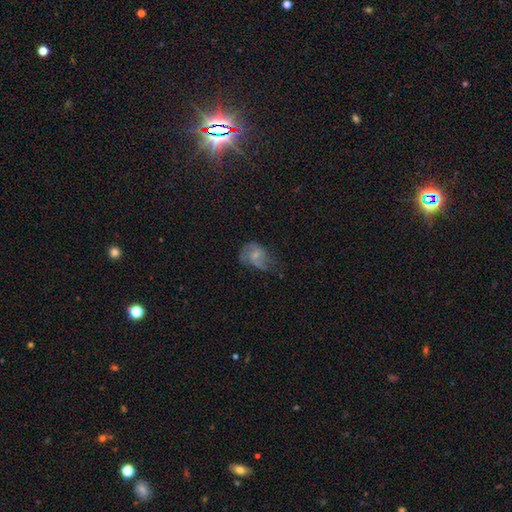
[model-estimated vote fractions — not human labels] Smooth or featured?
  - featured or disk: 48% *
  - smooth: 43%
  - star or artifact: 10%
Merging?
  - none: 34% *
  - major disturbance: 32%
  - minor disturbance: 31%
  - merger: 2%